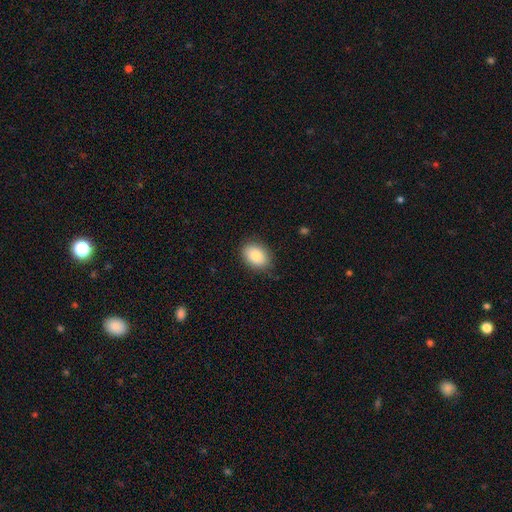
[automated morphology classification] The model was most divided on "how rounded": in between: 79%, round: 20%, cigar-shaped: 1%. More confident: smooth or featured — smooth (85%); merging — none (85%).